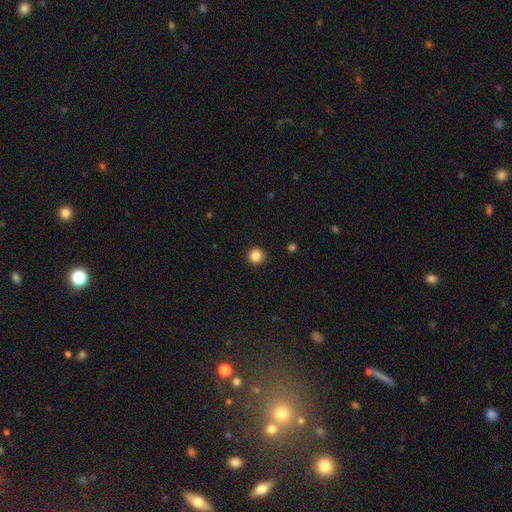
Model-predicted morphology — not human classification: Smooth or featured? smooth (85%)
How rounded? round (95%)
Merging? none (92%)